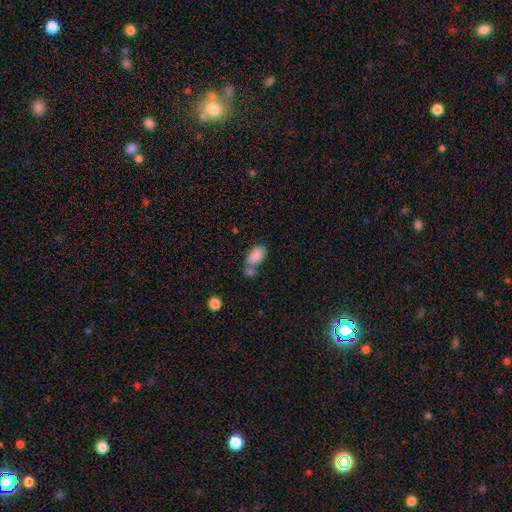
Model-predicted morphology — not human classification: The model was most divided on "merging": none: 43%, merger: 37%, minor disturbance: 14%, major disturbance: 6%. More confident: how rounded — in between (93%); smooth or featured — smooth (86%).